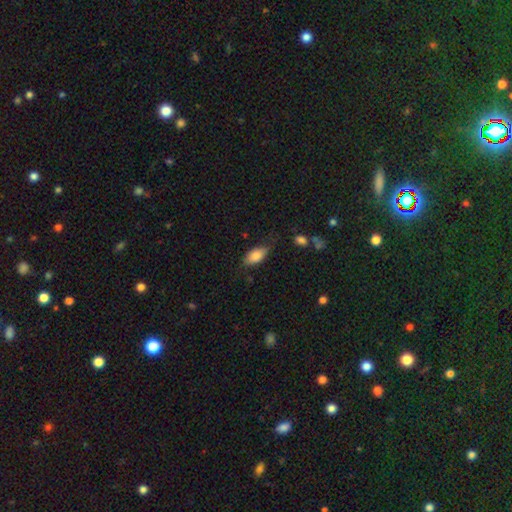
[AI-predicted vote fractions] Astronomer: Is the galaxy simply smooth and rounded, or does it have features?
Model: smooth — 82%.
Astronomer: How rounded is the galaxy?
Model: in between — 88%.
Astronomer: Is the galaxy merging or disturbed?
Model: none — 70%.